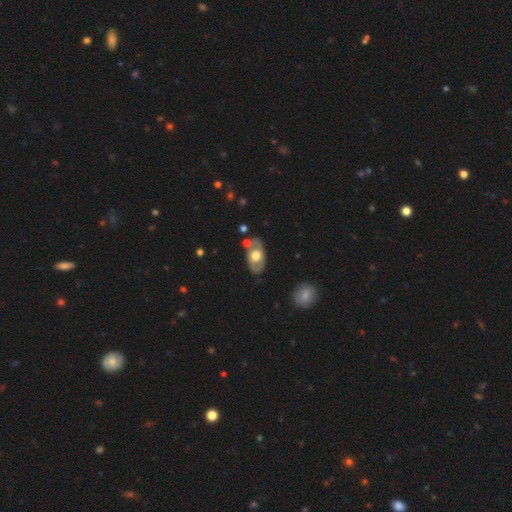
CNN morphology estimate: Smooth or featured: smooth — 50% (featured or disk — 45%)
Merging: none — 71% (minor disturbance — 17%)